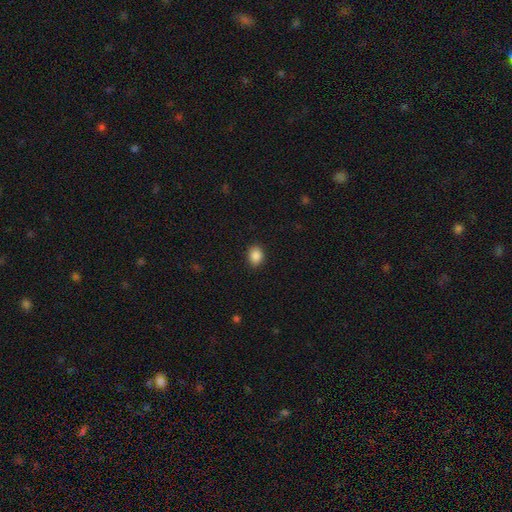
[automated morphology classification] Q: Smooth or featured?
A: smooth (87%); runner-up: star or artifact (9%)
Q: How rounded?
A: in between (52%); runner-up: round (47%)
Q: Merging?
A: none (89%); runner-up: minor disturbance (8%)